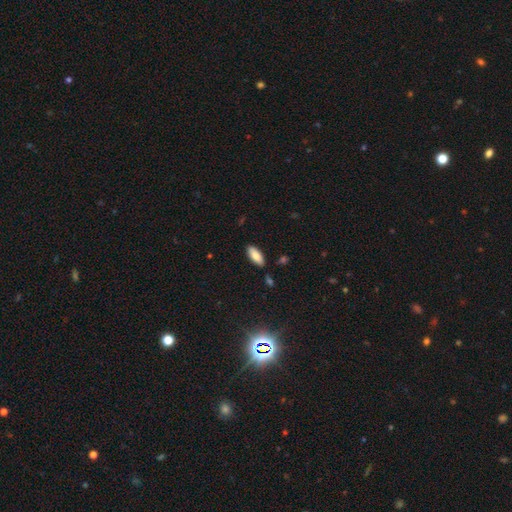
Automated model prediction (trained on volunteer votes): This is clearly a smooth galaxy (80%). How rounded: clearly in between (81%). Merging: clearly none (85%).